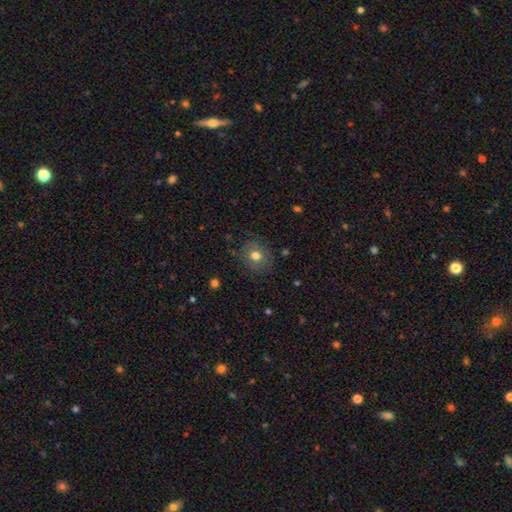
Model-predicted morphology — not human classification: A smooth galaxy with no disk features (75%) that is round (73%). Merging: none (83%).